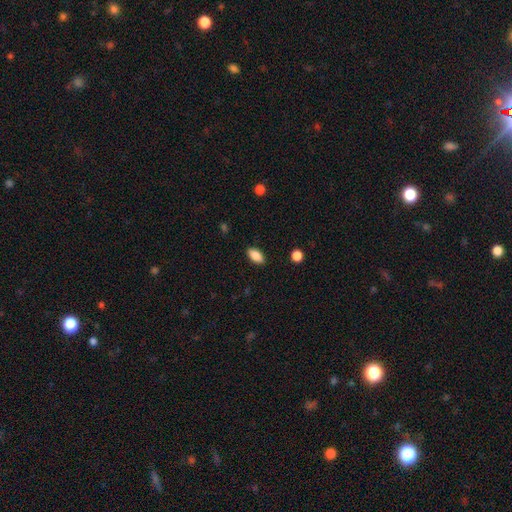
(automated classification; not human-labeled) Smooth or featured? Predicted: smooth (p=0.87). How rounded? Predicted: in between (p=0.91). Merging? Predicted: none (p=0.88).